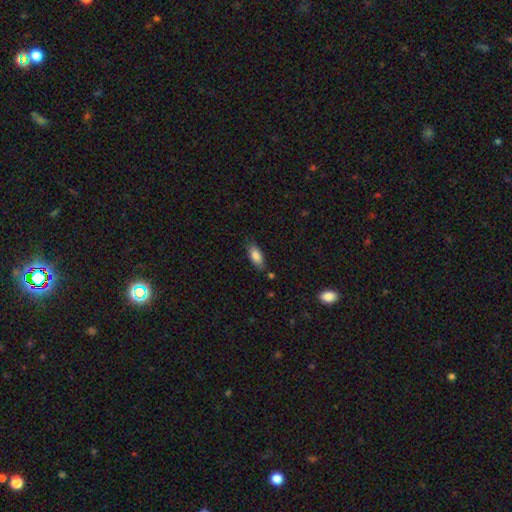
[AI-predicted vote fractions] A smooth galaxy with no disk features (85%) that is in between round and cigar-shaped (84%). Merging: none (79%).